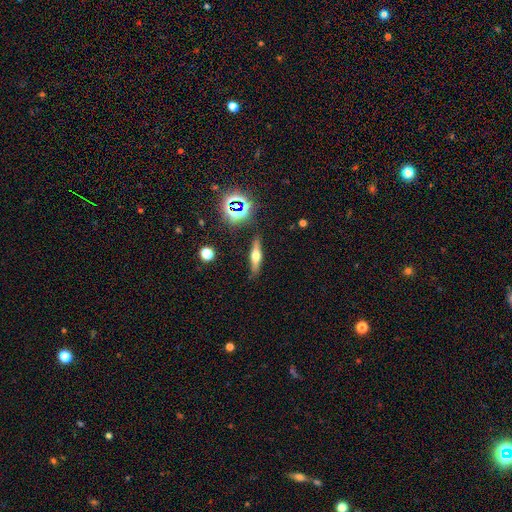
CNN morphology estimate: The model was most divided on "smooth or featured": featured or disk: 51%, smooth: 36%, star or artifact: 13%. More confident: edge-on disk — yes (92%); merging — none (86%).